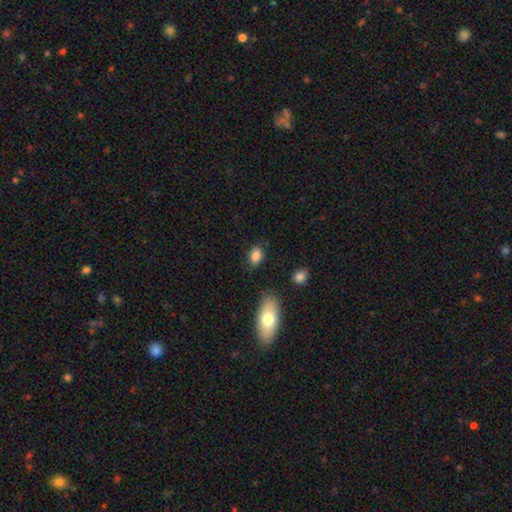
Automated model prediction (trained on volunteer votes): smooth_or_featured: smooth (p=0.86) [alt: star or artifact p=0.08]
how_rounded: in between (p=0.76) [alt: round p=0.22]
merging: none (p=0.78) [alt: minor disturbance p=0.15]